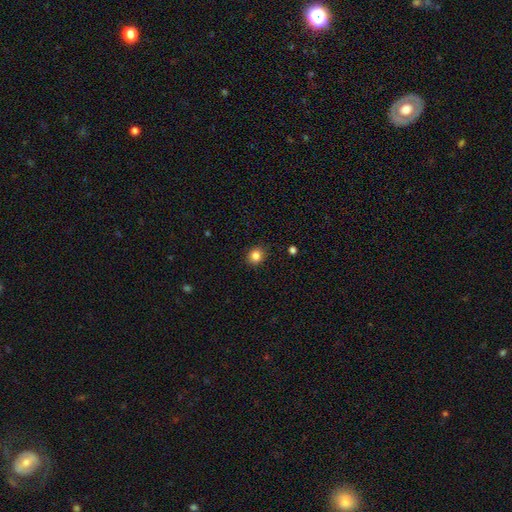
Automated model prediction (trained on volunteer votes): This is clearly a smooth galaxy (84%). How rounded: likely round (78%). Merging: clearly none (89%).